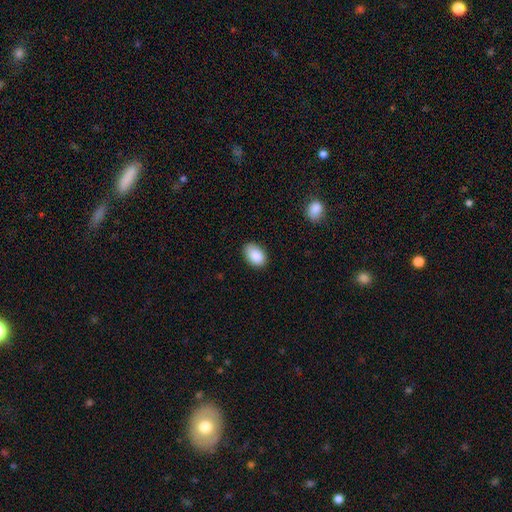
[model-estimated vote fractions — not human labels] Smooth or featured? smooth (88%)
How rounded? in between (89%)
Merging? none (82%)